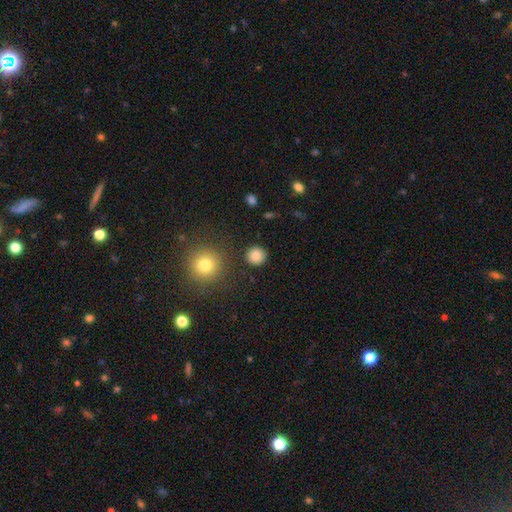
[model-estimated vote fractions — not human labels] A smooth galaxy with no disk features (84%) that is round (94%). Merging: none (89%).